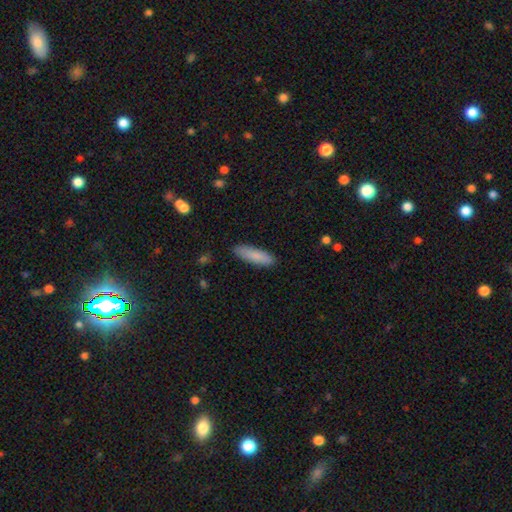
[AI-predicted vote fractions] This is clearly a smooth galaxy (86%). How rounded: possibly cigar-shaped (58%). Merging: clearly none (87%).